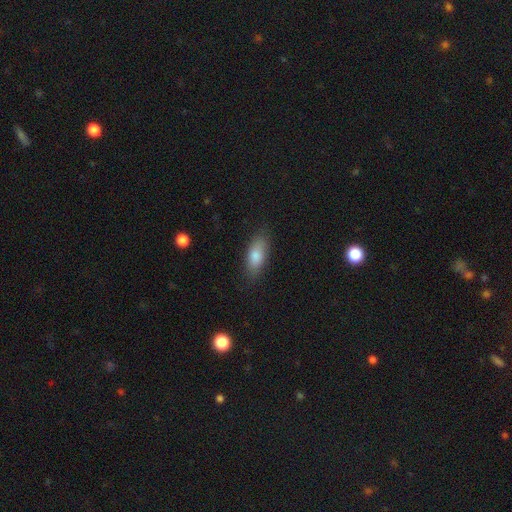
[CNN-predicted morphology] smooth_or_featured: smooth (p=0.77) [alt: featured or disk p=0.15]
how_rounded: in between (p=0.75) [alt: cigar-shaped p=0.21]
merging: none (p=0.84) [alt: minor disturbance p=0.12]